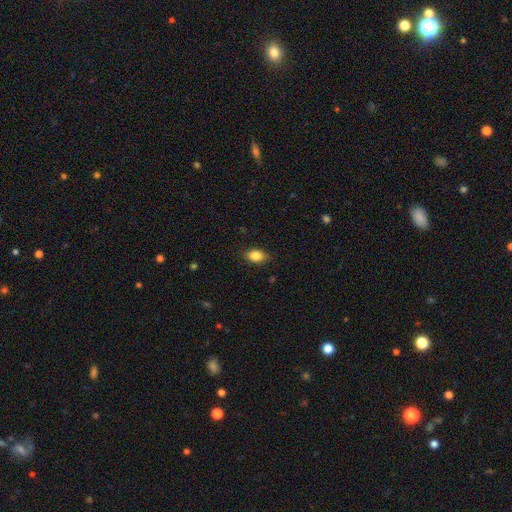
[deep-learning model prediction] Smooth or featured: smooth — 85% (star or artifact — 9%)
How rounded: in between — 81% (round — 17%)
Merging: none — 81% (minor disturbance — 15%)